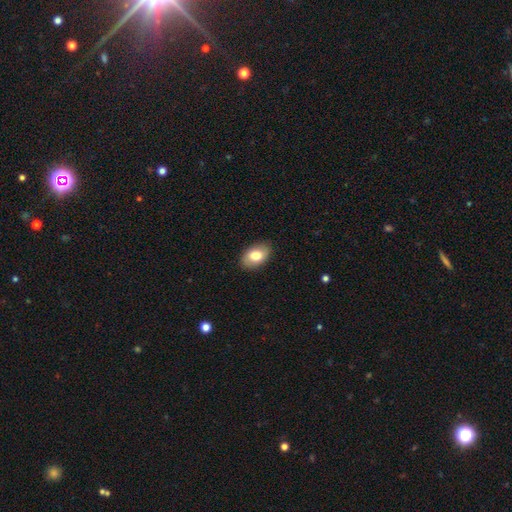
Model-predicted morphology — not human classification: smooth 79%, featured or disk 14%, star or artifact 7%. Down the decision tree: how rounded — in between (90%); merging — none (87%).